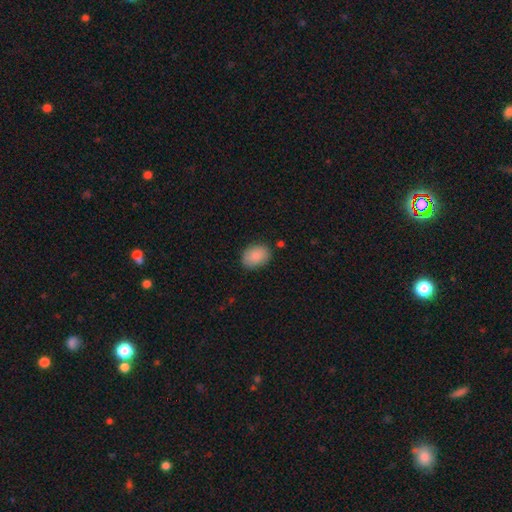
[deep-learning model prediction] This is clearly a smooth galaxy (87%). How rounded: likely in between (76%). Merging: clearly none (82%).